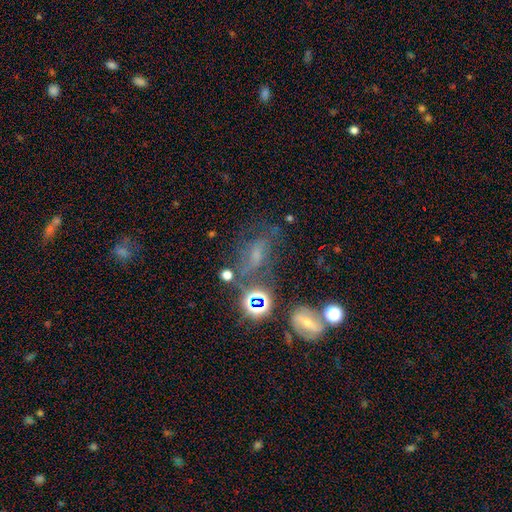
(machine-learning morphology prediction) A featured or disk galaxy (40%). Merging: none (47%).